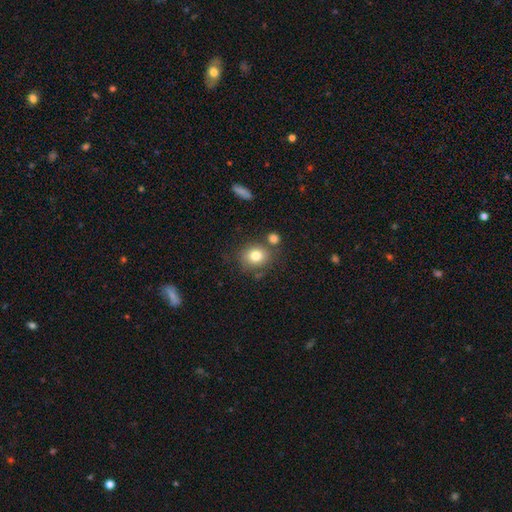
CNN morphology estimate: A smooth galaxy with no disk features (80%) that is round (68%). Merging: none (71%).